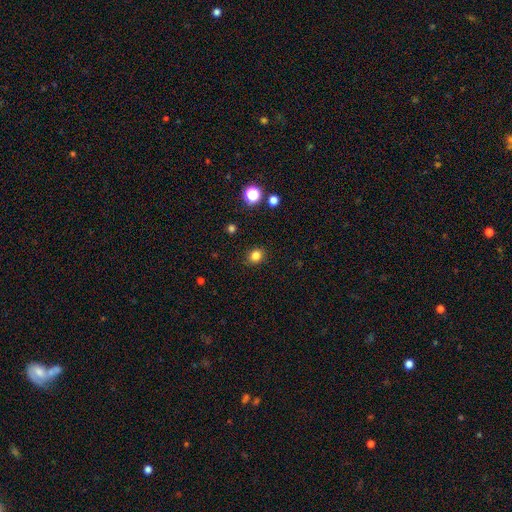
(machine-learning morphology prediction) smooth-or-featured: smooth: 83% | star or artifact: 13% | featured or disk: 4%
  how-rounded: round: 70% | in between: 29% | cigar-shaped: 1%
  merging: none: 89% | minor disturbance: 7% | major disturbance: 2% | merger: 1%